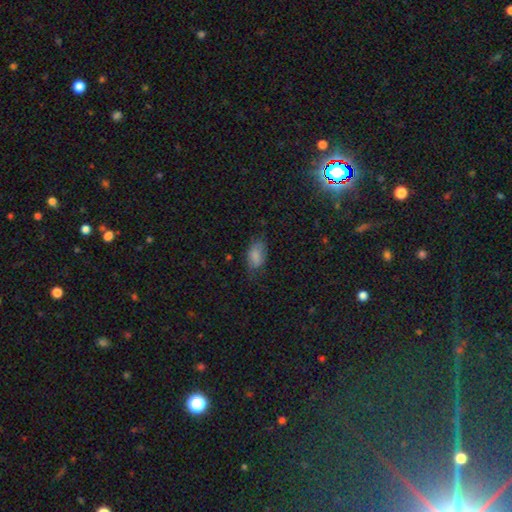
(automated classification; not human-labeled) Smooth or featured?
  - smooth: 78% *
  - featured or disk: 12%
  - star or artifact: 10%
How rounded?
  - in between: 92% *
  - round: 6%
  - cigar-shaped: 2%
Merging?
  - none: 57% *
  - minor disturbance: 30%
  - major disturbance: 11%
  - merger: 2%